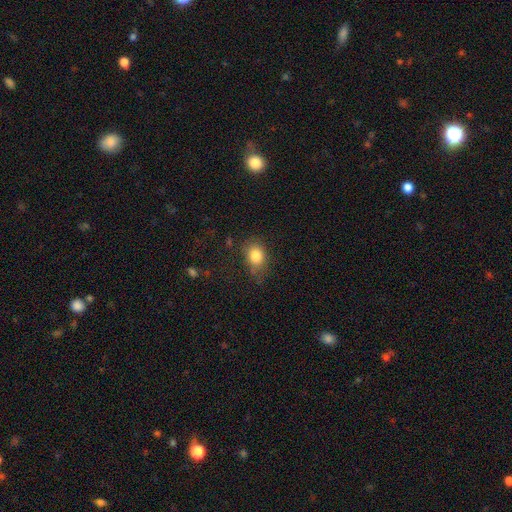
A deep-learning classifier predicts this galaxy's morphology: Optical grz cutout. It shows a smooth galaxy with no disk features (82%) that is in between round and cigar-shaped (59%). Merging: none (67%).